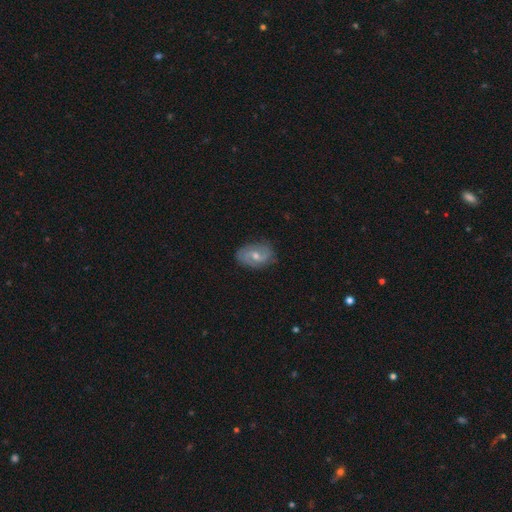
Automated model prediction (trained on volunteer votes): smooth_or_featured: featured or disk (p=0.67) [alt: smooth p=0.26]
disk_edge_on: no (p=0.96) [alt: yes p=0.04]
bar: weak (p=0.47) [alt: no p=0.43]
has_spiral_arms: yes (p=0.86) [alt: no p=0.14]
spiral_winding: medium (p=0.44) [alt: tight p=0.29]
spiral_arm_count: 2 (p=0.78) [alt: can't tell p=0.13]
bulge_size: moderate (p=0.64) [alt: small p=0.31]
merging: none (p=0.76) [alt: minor disturbance p=0.18]